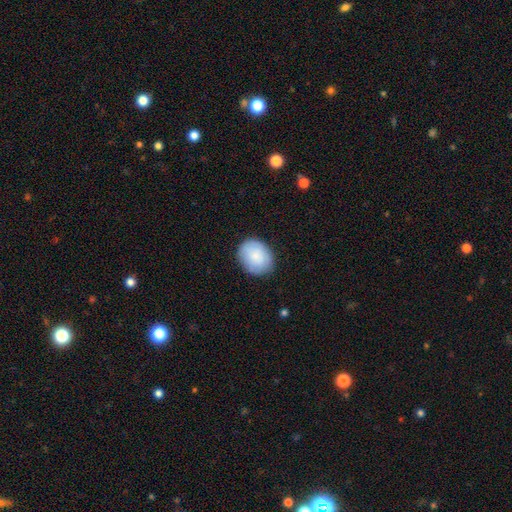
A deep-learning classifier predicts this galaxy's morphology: Smooth or featured? smooth (83%)
How rounded? round (51%)
Merging? none (82%)